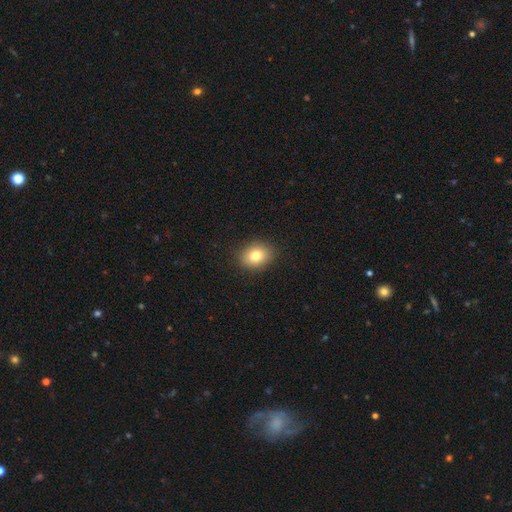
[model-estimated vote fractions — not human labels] A smooth galaxy with no disk features (80%) that is in between round and cigar-shaped (52%). Merging: none (89%).